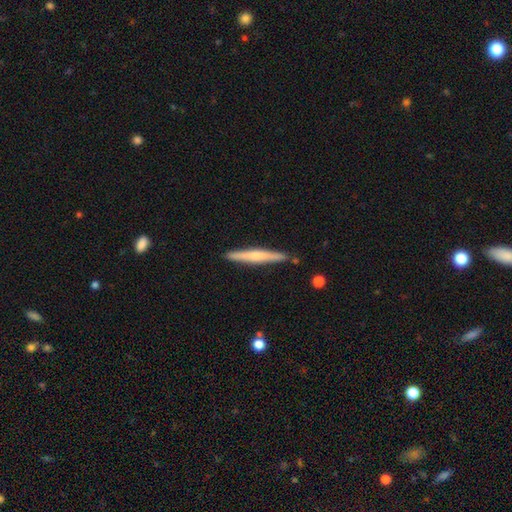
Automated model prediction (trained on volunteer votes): smooth-or-featured: featured or disk: 50% | smooth: 45% | star or artifact: 5%
  merging: none: 89% | minor disturbance: 8% | merger: 2% | major disturbance: 1%